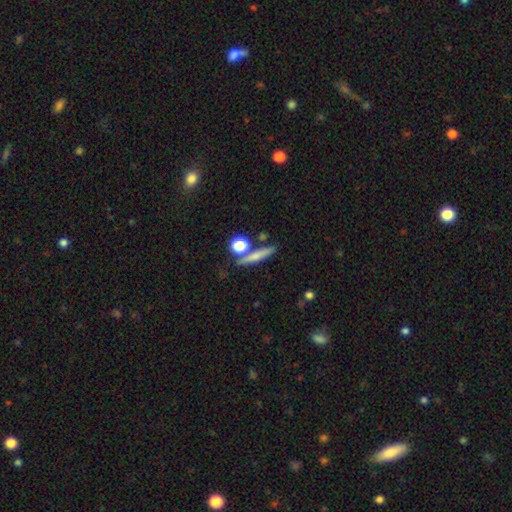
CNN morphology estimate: smooth-or-featured: smooth: 63% | featured or disk: 27% | star or artifact: 10%
  how-rounded: cigar-shaped: 74% | round: 14% | in between: 12%
  merging: none: 74% | merger: 11% | minor disturbance: 11% | major disturbance: 4%